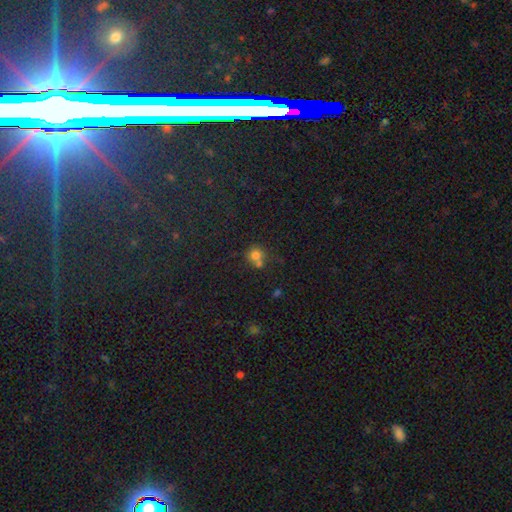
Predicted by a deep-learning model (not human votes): smooth-or-featured: smooth: 74% | star or artifact: 15% | featured or disk: 11%
  how-rounded: round: 85% | in between: 14% | cigar-shaped: 1%
  merging: none: 45% | merger: 41% | minor disturbance: 10% | major disturbance: 4%